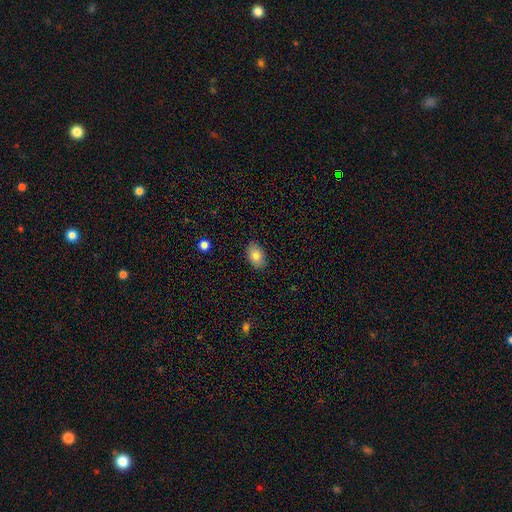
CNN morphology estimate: Smooth or featured?
  - smooth: 81% *
  - featured or disk: 11%
  - star or artifact: 8%
How rounded?
  - in between: 87% *
  - round: 12%
  - cigar-shaped: 1%
Merging?
  - none: 87% *
  - minor disturbance: 10%
  - major disturbance: 2%
  - merger: 1%